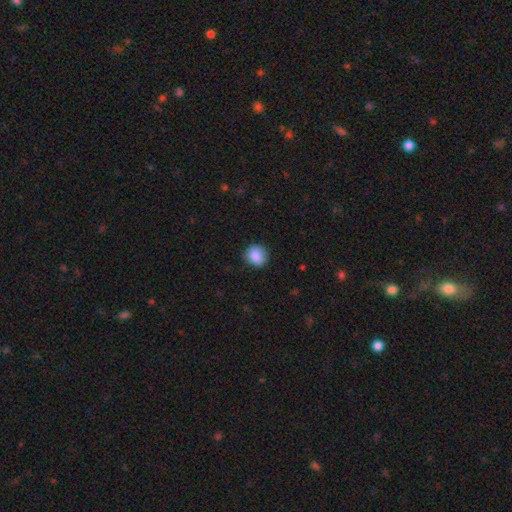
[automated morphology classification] The model was most divided on "how rounded": round: 80%, in between: 19%, cigar-shaped: 1%. More confident: smooth or featured — smooth (88%); merging — none (84%).